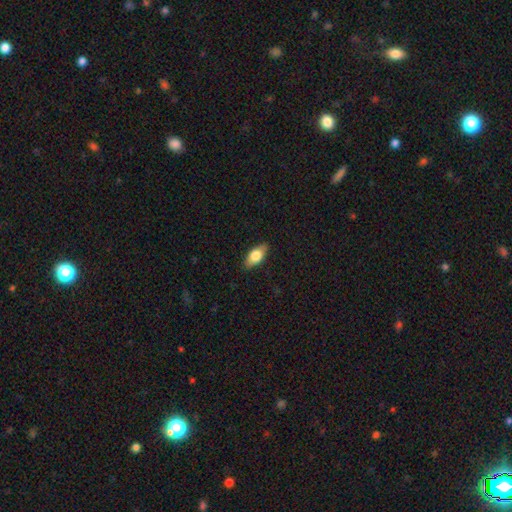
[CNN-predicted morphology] Overall: smooth (75%). How rounded: in between (87%). Merging: none (87%).